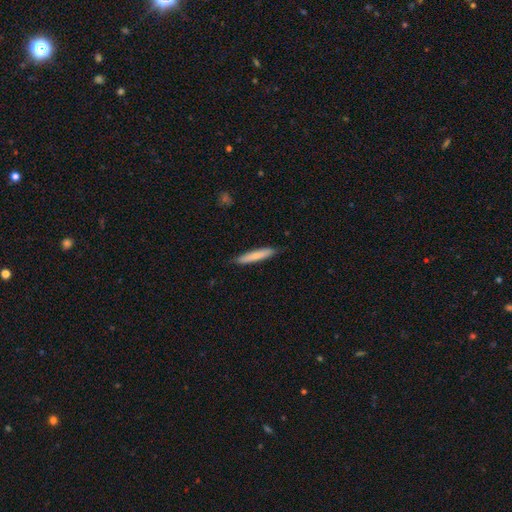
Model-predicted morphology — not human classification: A smooth galaxy with no disk features (73%) that is cigar-shaped (93%). Merging: none (87%).